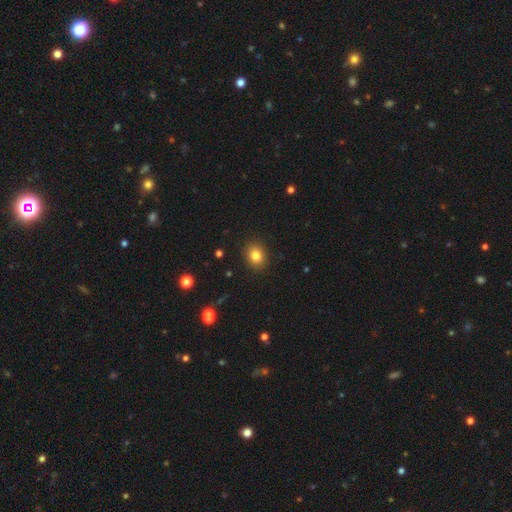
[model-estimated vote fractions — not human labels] A smooth galaxy with no disk features (82%) that is round (57%).

Vote fractions:
- Smooth or featured? smooth: 82% / star or artifact: 11% / featured or disk: 7%
- How rounded? round: 57% / in between: 42% / cigar-shaped: 1%
- Merging? none: 90% / minor disturbance: 7% / major disturbance: 2% / merger: 1%